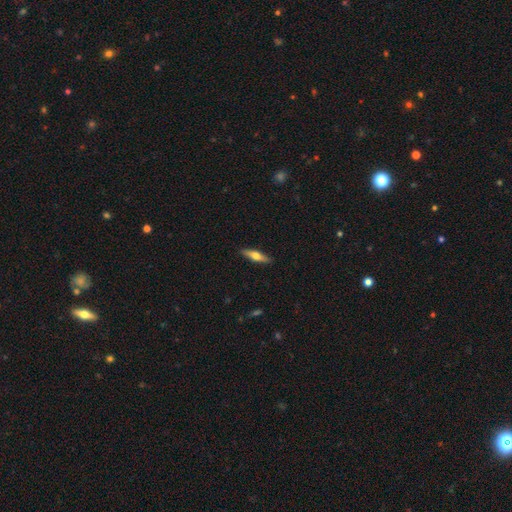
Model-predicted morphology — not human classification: Smooth or featured: smooth — 48% (featured or disk — 47%)
Merging: none — 89% (minor disturbance — 8%)